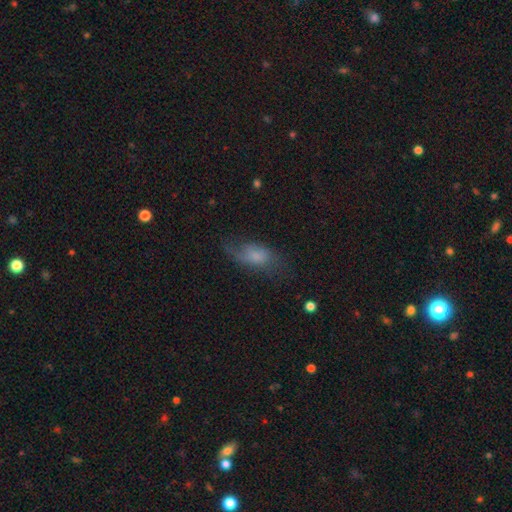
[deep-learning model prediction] Overall: smooth (60%; featured or disk 30%). How rounded: in between (86%). Merging: none (47%; minor disturbance 28%).